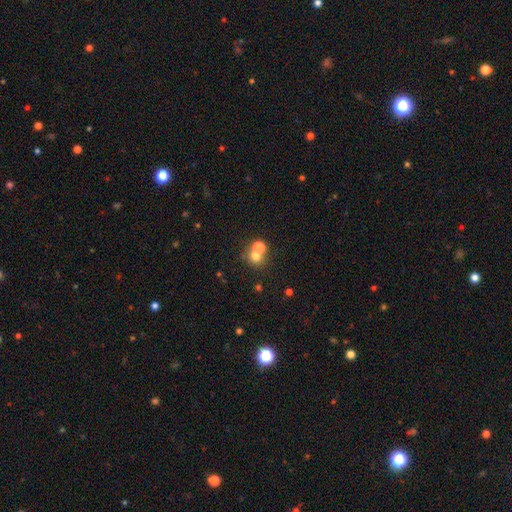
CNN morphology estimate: smooth-or-featured: smooth: 68% | star or artifact: 18% | featured or disk: 14%
  how-rounded: round: 83% | in between: 16% | cigar-shaped: 1%
  merging: none: 46% | merger: 44% | minor disturbance: 6% | major disturbance: 4%